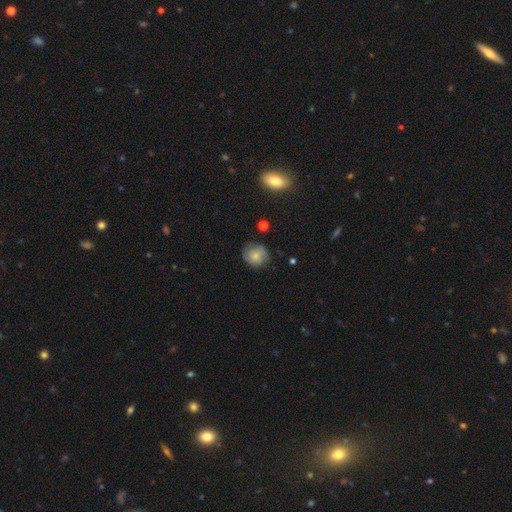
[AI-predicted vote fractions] This appears to be a smooth galaxy with no disk features (73%) that is round (83%). Merging: none (70%).